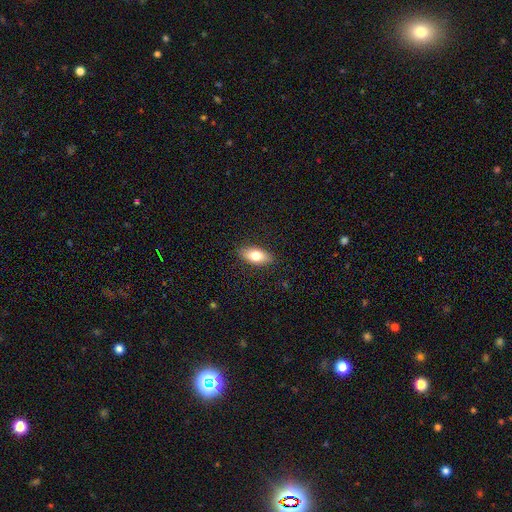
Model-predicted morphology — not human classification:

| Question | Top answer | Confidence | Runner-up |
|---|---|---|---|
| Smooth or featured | smooth | 74% | featured or disk (18%) |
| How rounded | in between | 87% | cigar-shaped (8%) |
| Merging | none | 87% | minor disturbance (9%) |